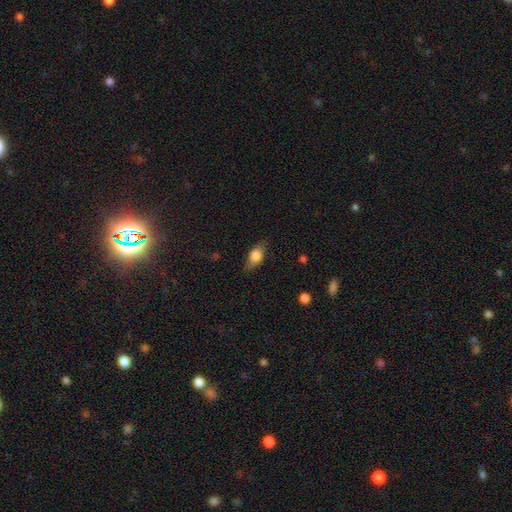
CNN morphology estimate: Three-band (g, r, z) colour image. It shows a smooth galaxy with no disk features (72%) that is in between round and cigar-shaped (80%). Merging: none (74%).